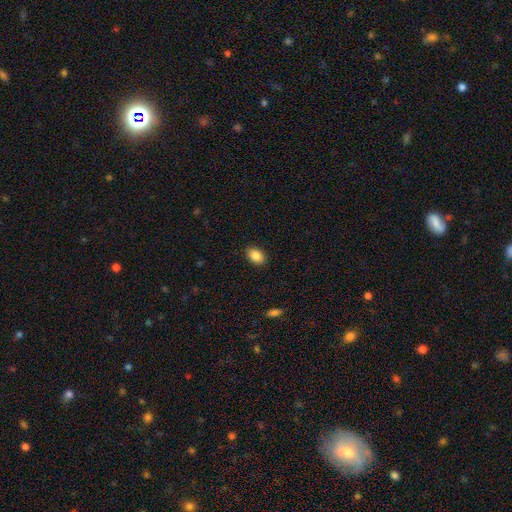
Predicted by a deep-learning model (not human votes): Smooth or featured?
  - smooth: 87% *
  - star or artifact: 8%
  - featured or disk: 5%
How rounded?
  - in between: 87% *
  - round: 12%
  - cigar-shaped: 1%
Merging?
  - none: 90% *
  - minor disturbance: 7%
  - major disturbance: 2%
  - merger: 1%